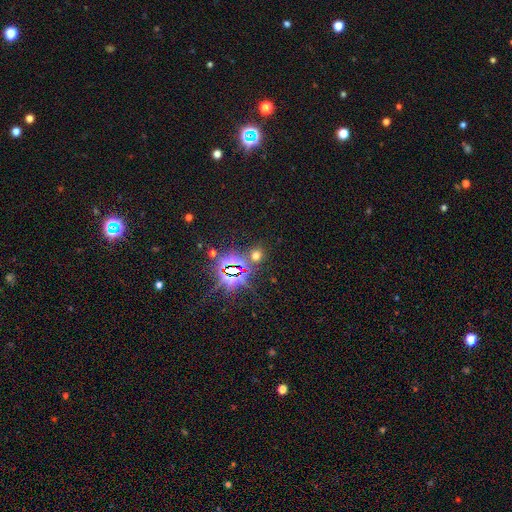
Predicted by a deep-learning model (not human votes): Smooth or featured: star or artifact — 51% (smooth — 42%)